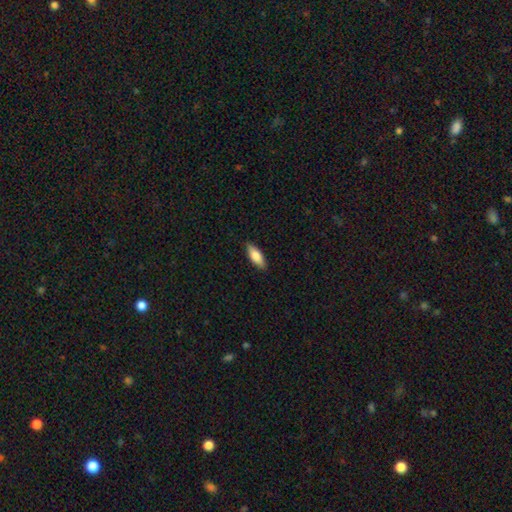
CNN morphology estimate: smooth 81%, featured or disk 13%, star or artifact 6%. Down the decision tree: how rounded — in between (74%); merging — none (87%).